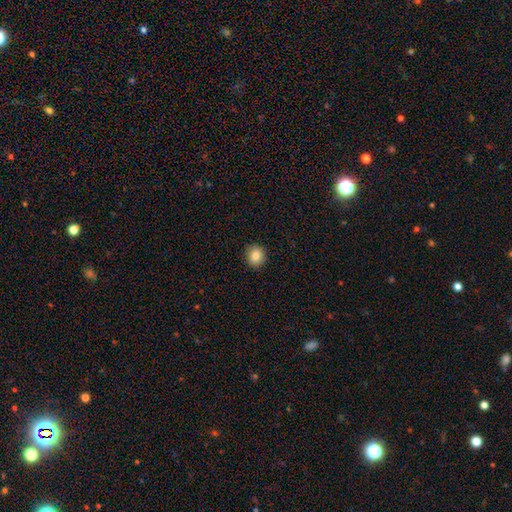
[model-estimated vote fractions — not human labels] Smooth or featured? Predicted: smooth (p=0.83). How rounded? Predicted: round (p=0.86). Merging? Predicted: none (p=0.91).